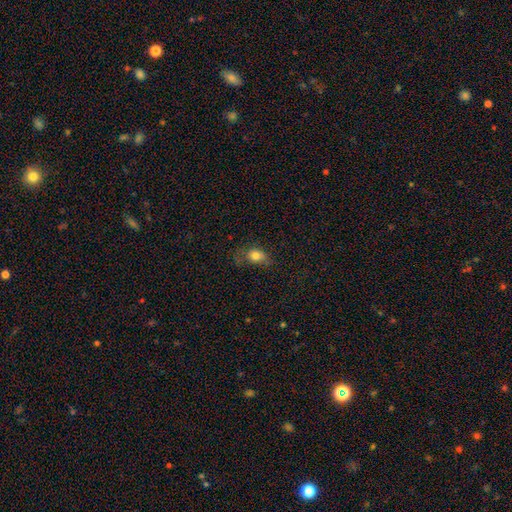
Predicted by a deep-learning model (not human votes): Morphology: type=smooth (79%); roundness=in between (58%); merging=none (51%).